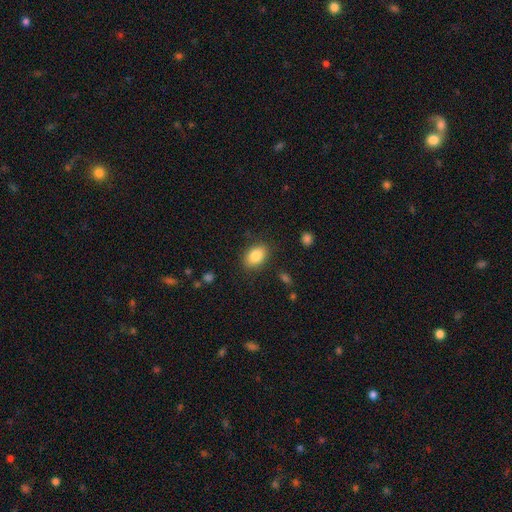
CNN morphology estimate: A smooth galaxy with no disk features (85%) that is in between round and cigar-shaped (82%). Merging: none (85%).